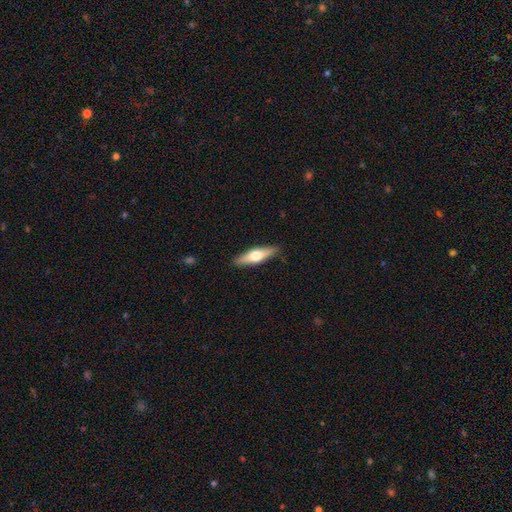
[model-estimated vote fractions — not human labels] This is possibly a smooth galaxy (48%). Merging: clearly none (89%).